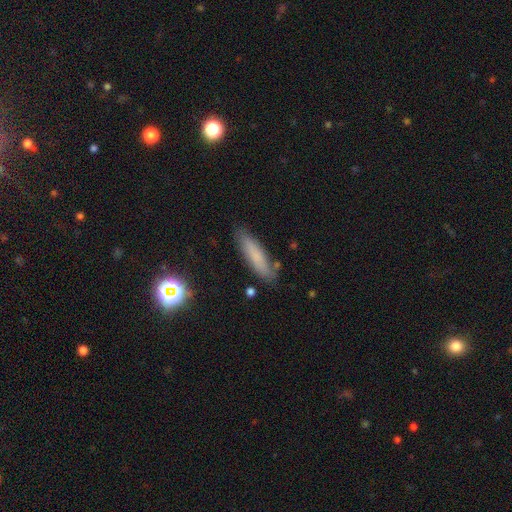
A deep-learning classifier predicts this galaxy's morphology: Smooth or featured? Predicted: smooth (p=0.73). How rounded? Predicted: cigar-shaped (p=0.75). Merging? Predicted: none (p=0.82).